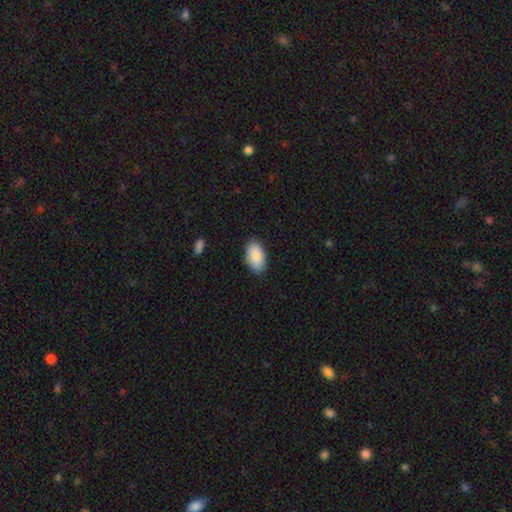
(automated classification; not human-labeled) Overall: smooth (89%). How rounded: in between (94%). Merging: none (85%).